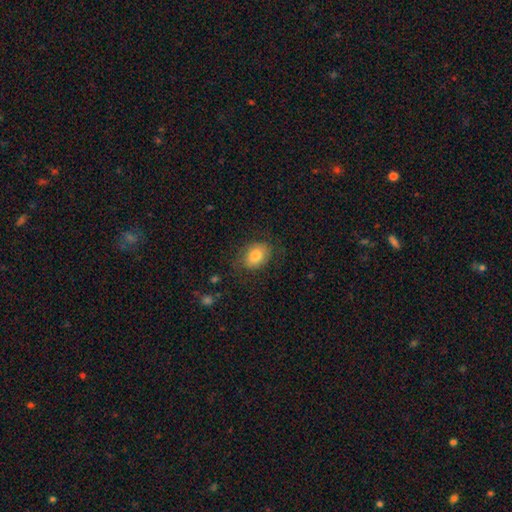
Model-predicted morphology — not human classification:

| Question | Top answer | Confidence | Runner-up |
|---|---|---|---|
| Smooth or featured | smooth | 81% | featured or disk (11%) |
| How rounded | in between | 70% | round (29%) |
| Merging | none | 76% | minor disturbance (16%) |